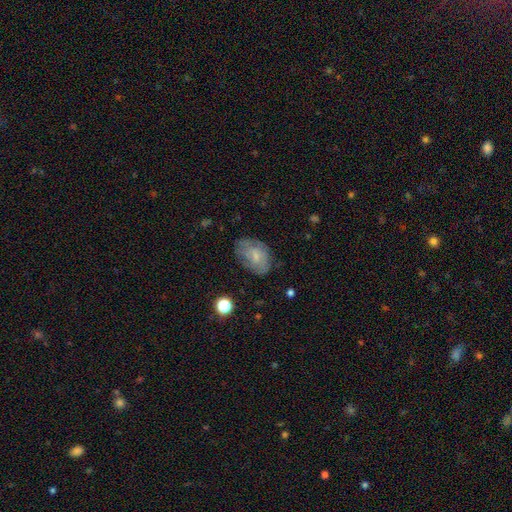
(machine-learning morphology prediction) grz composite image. It shows a smooth galaxy with no disk features (56%) that is in between round and cigar-shaped (85%). Merging: none (61%).